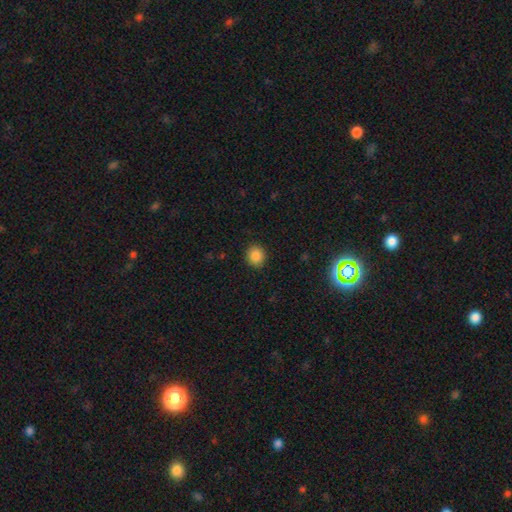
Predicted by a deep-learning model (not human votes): smooth 86%, star or artifact 10%, featured or disk 4%. Down the decision tree: how rounded — round (82%); merging — none (91%).